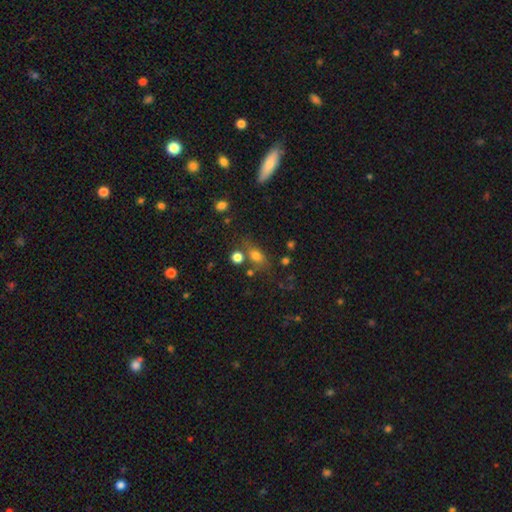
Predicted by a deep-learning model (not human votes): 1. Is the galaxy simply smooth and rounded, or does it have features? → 74% smooth, 15% star or artifact, 11% featured or disk.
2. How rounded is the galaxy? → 62% in between, 31% round, 7% cigar-shaped.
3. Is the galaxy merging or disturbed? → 61% none, 17% minor disturbance, 14% merger, 8% major disturbance.